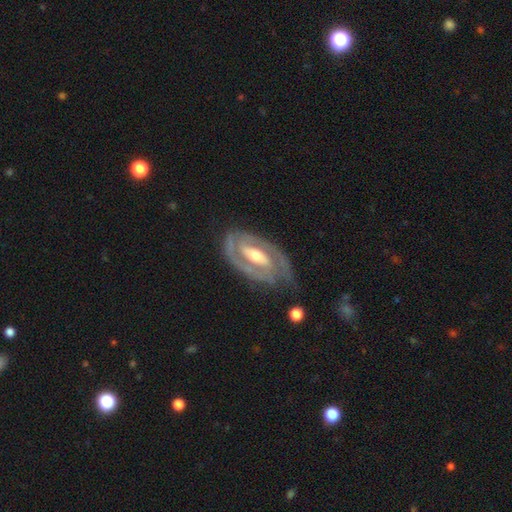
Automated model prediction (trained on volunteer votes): Smooth or featured?
  - featured or disk: 89% *
  - smooth: 7%
  - star or artifact: 4%
Edge-on disk?
  - no: 95% *
  - yes: 5%
Bar?
  - strong: 47% *
  - weak: 34%
  - no: 19%
Spiral arms?
  - yes: 94% *
  - no: 6%
Spiral winding?
  - tight: 62% *
  - medium: 32%
  - loose: 7%
Spiral arm count?
  - 2: 85% *
  - can't tell: 6%
  - 1: 5%
  - 3: 2%
  - 4: 1%
  - more than 4: 1%
Bulge size?
  - moderate: 67% *
  - small: 25%
  - large: 5%
  - none: 1%
  - dominant: 1%
Merging?
  - none: 73% *
  - minor disturbance: 19%
  - major disturbance: 7%
  - merger: 2%